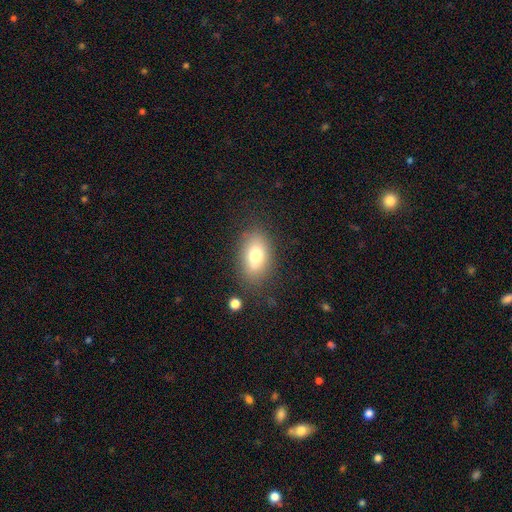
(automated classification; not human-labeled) This is likely a smooth galaxy (72%). How rounded: clearly in between (84%). Merging: likely none (74%).